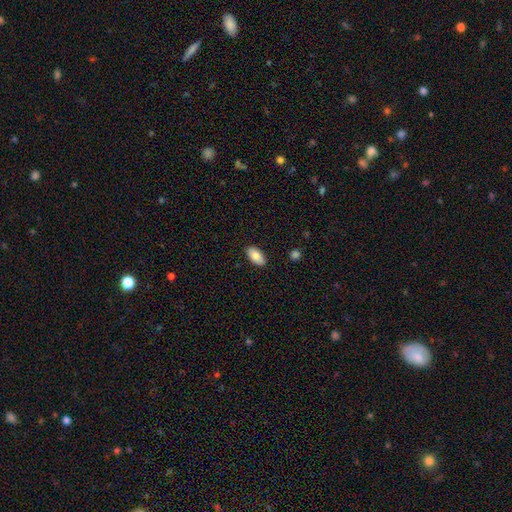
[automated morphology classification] A smooth galaxy with no disk features (81%) that is in between round and cigar-shaped (94%). Merging: none (88%).